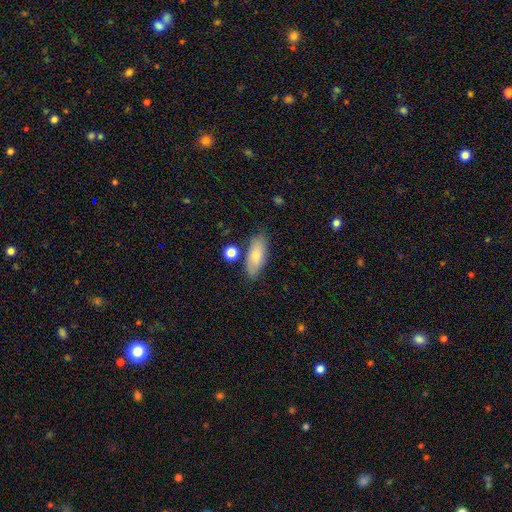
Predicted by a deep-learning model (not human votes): This is likely a smooth galaxy (78%). How rounded: likely in between (79%). Merging: likely none (76%).